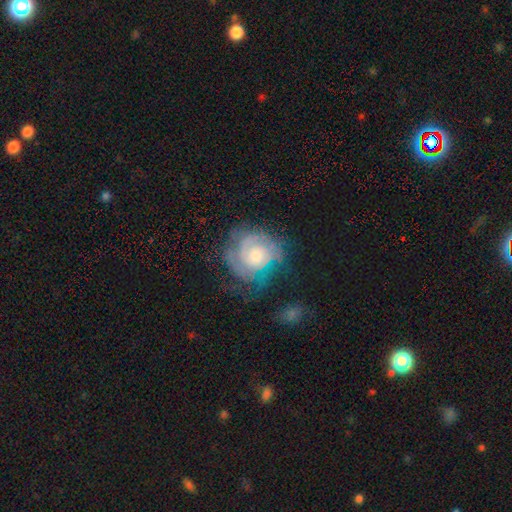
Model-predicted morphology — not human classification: Smooth or featured?
  - featured or disk: 79% *
  - smooth: 14%
  - star or artifact: 7%
Edge-on disk?
  - no: 98% *
  - yes: 2%
Bar?
  - no: 72% *
  - weak: 24%
  - strong: 4%
Spiral arms?
  - yes: 94% *
  - no: 6%
Spiral winding?
  - tight: 69% *
  - medium: 25%
  - loose: 6%
Spiral arm count?
  - 2: 35% *
  - can't tell: 31%
  - 3: 18%
  - 1: 7%
  - 4: 5%
  - more than 4: 4%
Bulge size?
  - moderate: 49% *
  - small: 35%
  - large: 10%
  - none: 4%
  - dominant: 2%
Merging?
  - none: 62% *
  - minor disturbance: 22%
  - major disturbance: 14%
  - merger: 3%